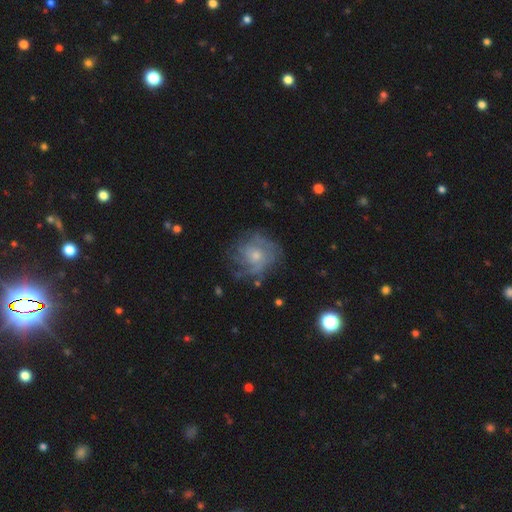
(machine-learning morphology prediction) smooth-or-featured: featured or disk: 69% | smooth: 22% | star or artifact: 9%
  disk-edge-on: no: 97% | yes: 3%
    bar: no: 80% | weak: 18% | strong: 2%
    has-spiral-arms: yes: 82% | no: 18%
      spiral-winding: tight: 48% | medium: 35% | loose: 17%
      spiral-arm-count: can't tell: 45% | 3: 16% | 4: 14% | 2: 12% | more than 4: 7% | 1: 6%
    bulge-size: small: 50% | moderate: 43% | large: 3% | none: 3% | dominant: 1%
  merging: none: 64% | minor disturbance: 21% | major disturbance: 14% | merger: 2%